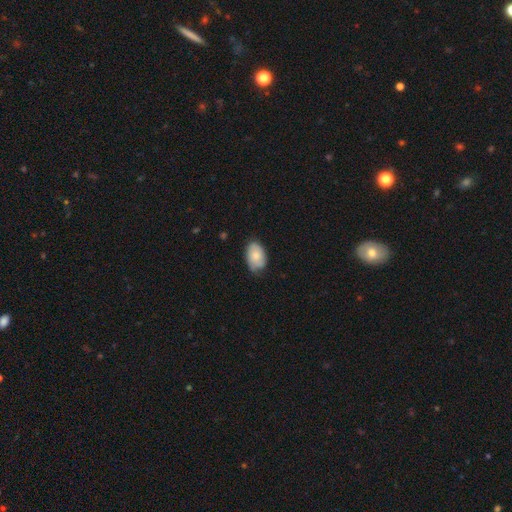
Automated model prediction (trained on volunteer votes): The model was most divided on "merging": none: 66%, minor disturbance: 28%, major disturbance: 5%, merger: 1%. More confident: how rounded — in between (88%); smooth or featured — smooth (68%).